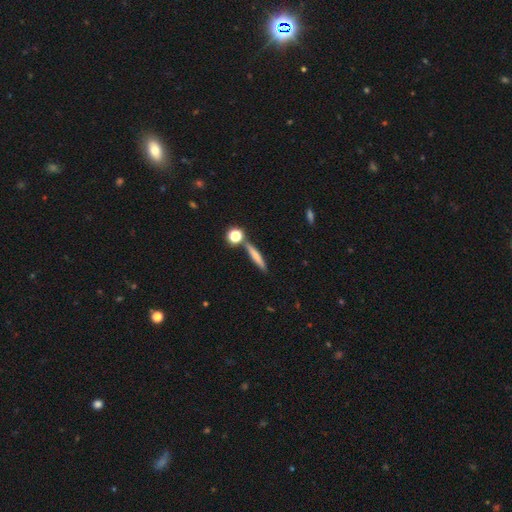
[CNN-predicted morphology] Smooth or featured: smooth — 62% (featured or disk — 28%)
How rounded: cigar-shaped — 84% (in between — 10%)
Merging: none — 75% (merger — 11%)